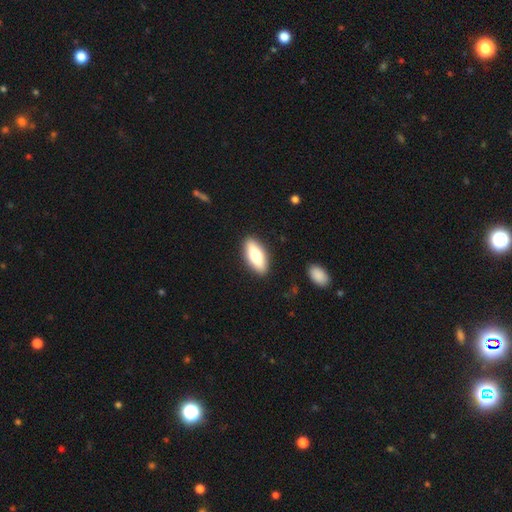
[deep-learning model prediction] This is likely a smooth galaxy (72%). How rounded: likely in between (77%). Merging: clearly none (89%).